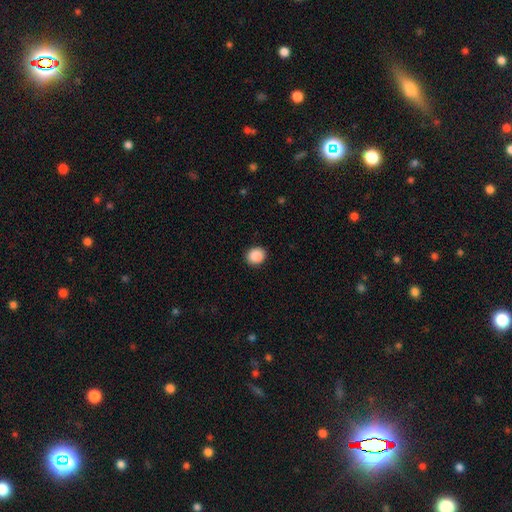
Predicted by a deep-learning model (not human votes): Smooth or featured: smooth — 90% (star or artifact — 8%)
How rounded: round — 75% (in between — 24%)
Merging: none — 90% (minor disturbance — 7%)